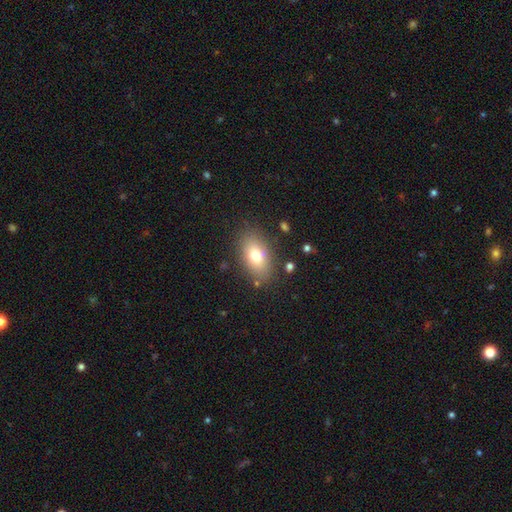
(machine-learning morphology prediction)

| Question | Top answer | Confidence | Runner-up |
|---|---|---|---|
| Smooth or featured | smooth | 75% | featured or disk (16%) |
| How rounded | in between | 89% | round (9%) |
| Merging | none | 82% | minor disturbance (12%) |